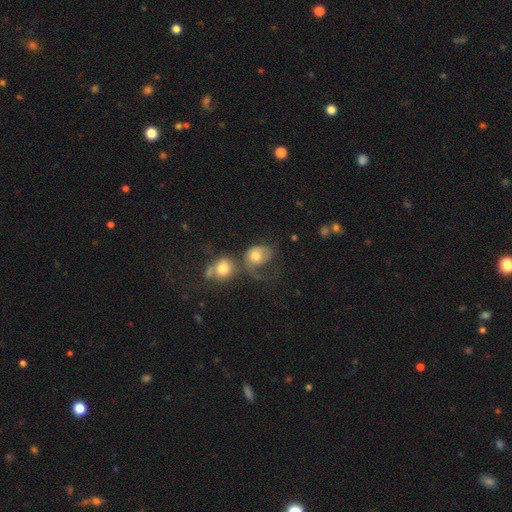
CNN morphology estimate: smooth 57%, featured or disk 35%, star or artifact 8%. Down the decision tree: how rounded — round (54%); merging — merger (40%).